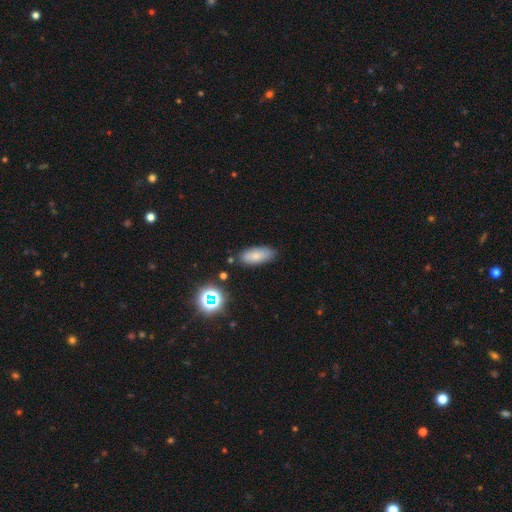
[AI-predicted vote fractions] A smooth galaxy with no disk features (78%) that is in between round and cigar-shaped (83%). Merging: none (82%).